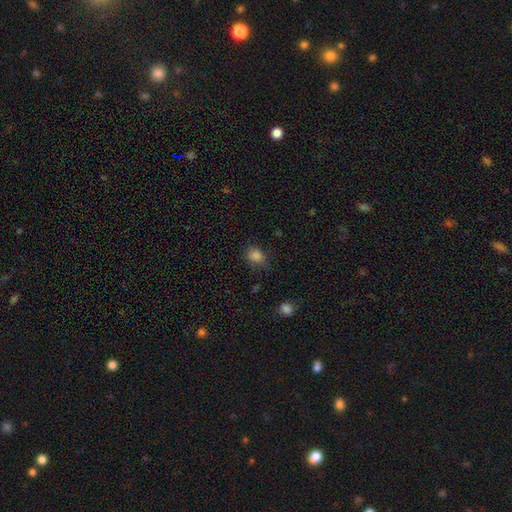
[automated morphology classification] Overall: smooth (82%). How rounded: round (52%; in between 46%). Merging: none (70%).